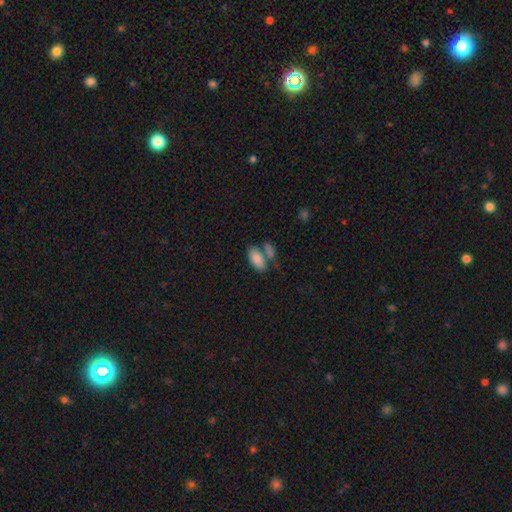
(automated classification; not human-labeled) Q: Smooth or featured?
A: smooth (85%); runner-up: featured or disk (8%)
Q: How rounded?
A: in between (92%); runner-up: cigar-shaped (5%)
Q: Merging?
A: none (52%); runner-up: merger (32%)